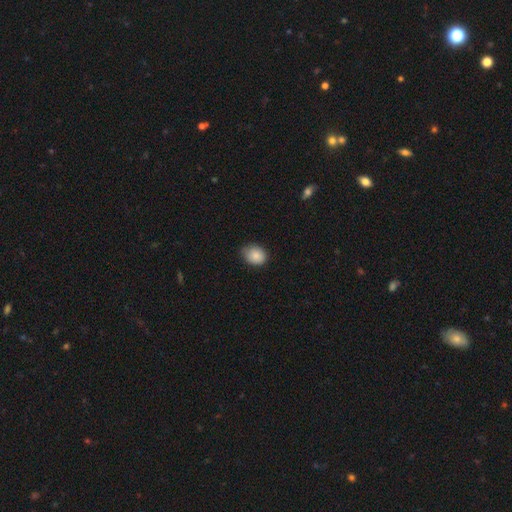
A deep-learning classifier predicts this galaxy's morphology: smooth_or_featured: smooth (p=0.87) [alt: star or artifact p=0.08]
how_rounded: in between (p=0.61) [alt: round p=0.38]
merging: none (p=0.71) [alt: minor disturbance p=0.24]